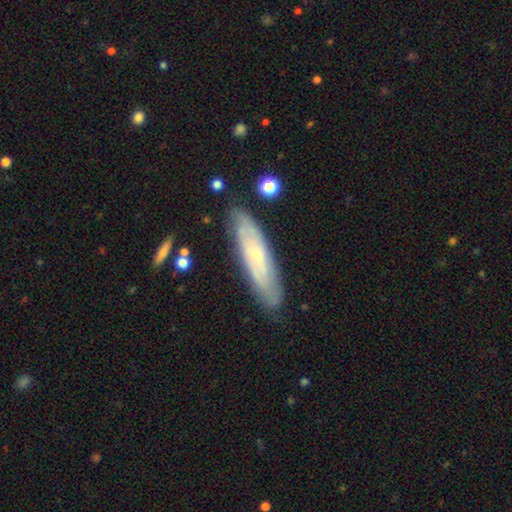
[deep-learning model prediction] featured or disk 58%, smooth 35%, star or artifact 7%. Down the decision tree: edge-on disk — no (61%); merging — none (83%).